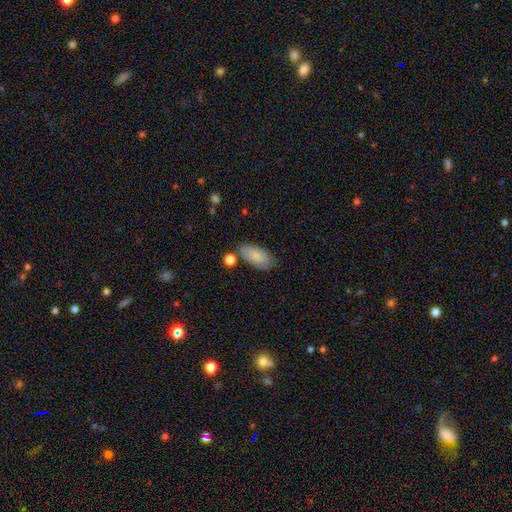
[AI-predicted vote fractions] Smooth or featured?
  - smooth: 83% *
  - featured or disk: 10%
  - star or artifact: 7%
How rounded?
  - in between: 91% *
  - cigar-shaped: 6%
  - round: 3%
Merging?
  - none: 73% *
  - minor disturbance: 17%
  - merger: 6%
  - major disturbance: 4%